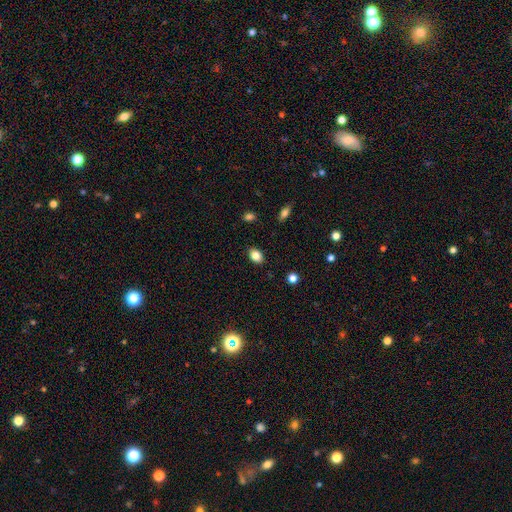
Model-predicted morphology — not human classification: type=smooth (85%); roundness=in between (77%); merging=none (87%).